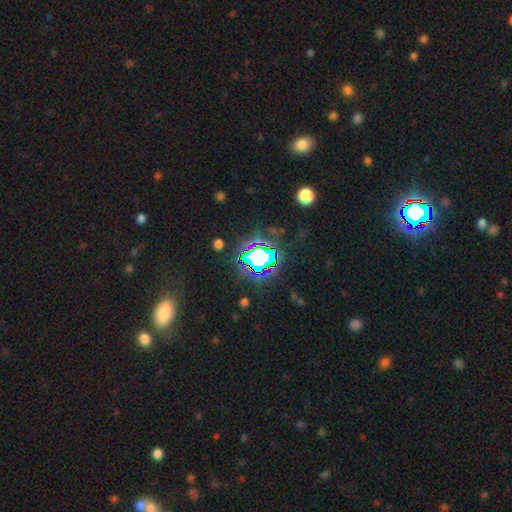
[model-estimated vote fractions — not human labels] A star or artifact, not a galaxy (77%).

Vote fractions:
- Smooth or featured? star or artifact: 77% / smooth: 14% / featured or disk: 9%